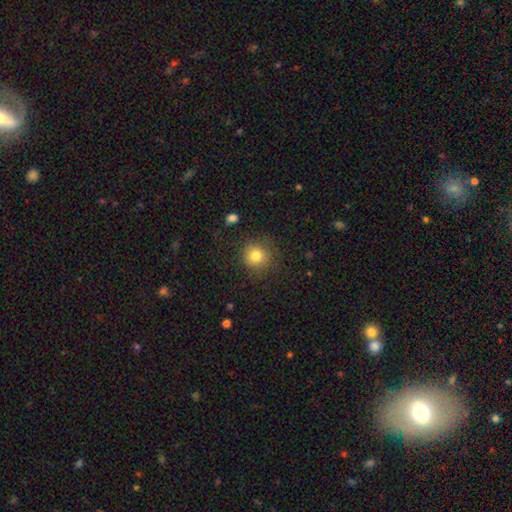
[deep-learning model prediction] This appears to be a smooth galaxy with no disk features (81%) that is round (92%). Merging: none (84%).